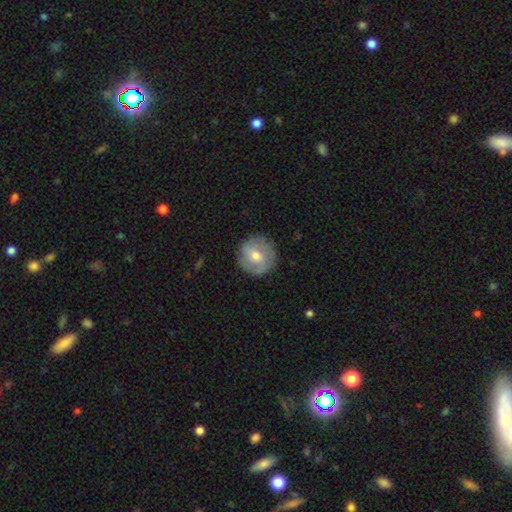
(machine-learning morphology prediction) This appears to be a smooth galaxy with no disk features (57%) that is round (94%). Merging: none (86%).